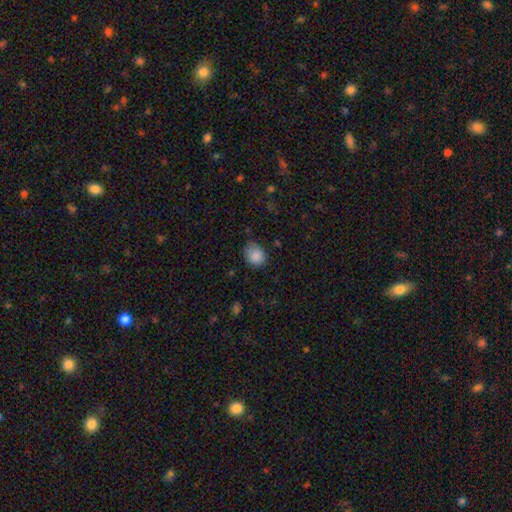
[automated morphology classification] This is clearly a smooth galaxy (87%). How rounded: possibly round (59%). Merging: likely none (68%).